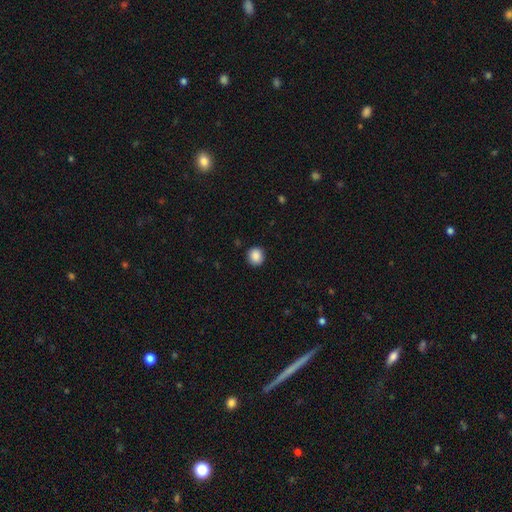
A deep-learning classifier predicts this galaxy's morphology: Q: Smooth or featured?
A: smooth (88%); runner-up: star or artifact (9%)
Q: How rounded?
A: round (88%); runner-up: in between (11%)
Q: Merging?
A: none (91%); runner-up: minor disturbance (6%)